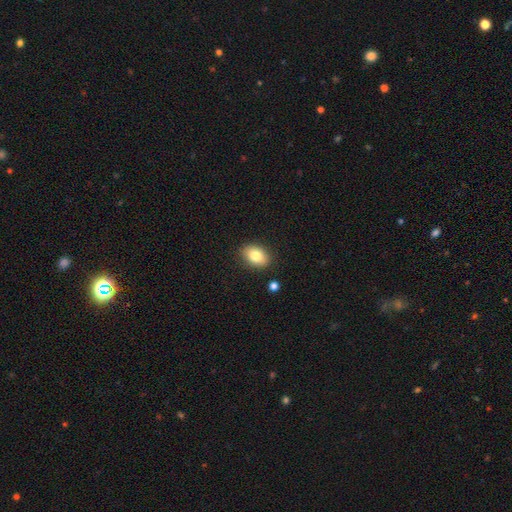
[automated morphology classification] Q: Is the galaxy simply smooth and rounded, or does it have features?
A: smooth — 81%.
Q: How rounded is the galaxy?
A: in between — 79%.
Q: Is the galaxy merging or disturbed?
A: none — 86%.